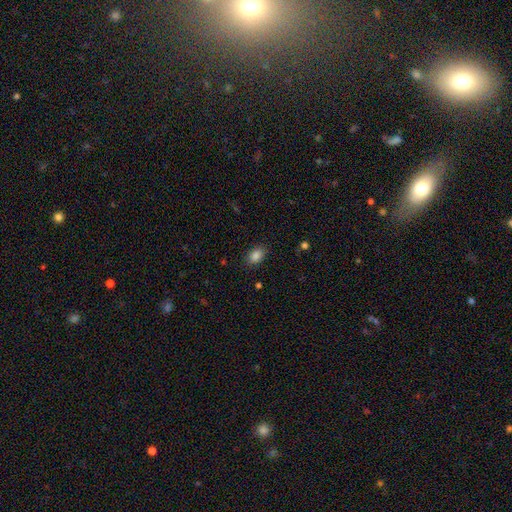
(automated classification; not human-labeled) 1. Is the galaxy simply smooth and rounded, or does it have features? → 86% smooth, 9% star or artifact, 4% featured or disk.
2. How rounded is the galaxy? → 82% in between, 16% round, 1% cigar-shaped.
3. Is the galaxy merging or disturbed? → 86% none, 10% minor disturbance, 3% major disturbance, 1% merger.